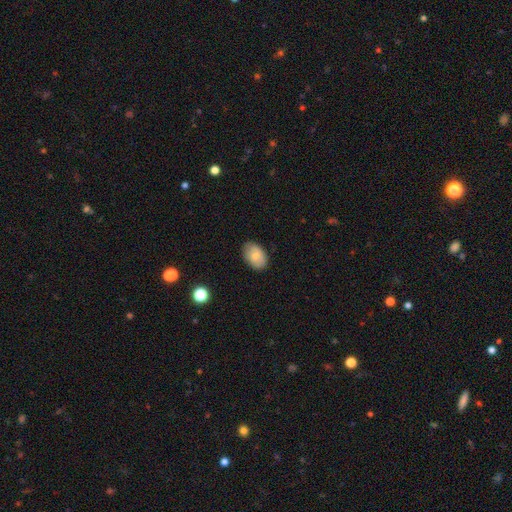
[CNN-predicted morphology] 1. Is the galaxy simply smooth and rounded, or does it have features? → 79% smooth, 13% featured or disk, 7% star or artifact.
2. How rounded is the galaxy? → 88% in between, 11% round, 1% cigar-shaped.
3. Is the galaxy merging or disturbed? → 82% none, 14% minor disturbance, 3% major disturbance, 1% merger.